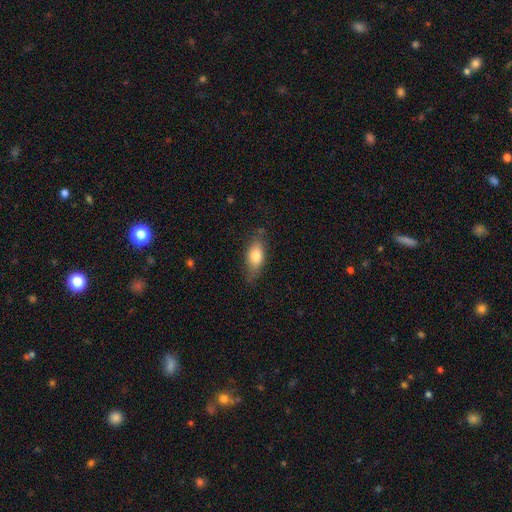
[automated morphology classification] Smooth or featured? Predicted: smooth (p=0.77). How rounded? Predicted: in between (p=0.81). Merging? Predicted: none (p=0.71).